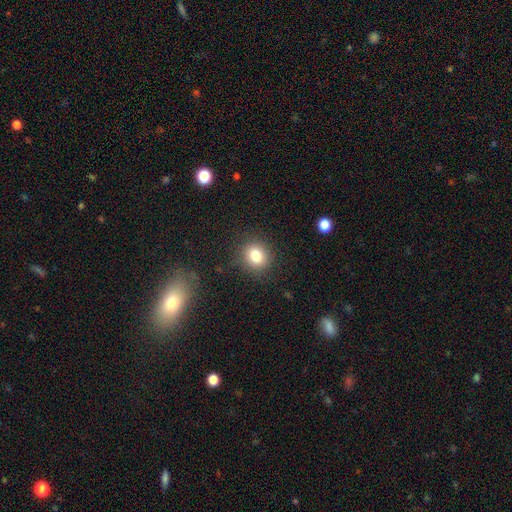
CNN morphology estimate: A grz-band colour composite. It shows a smooth galaxy with no disk features (81%) that is round (72%). Merging: none (87%).